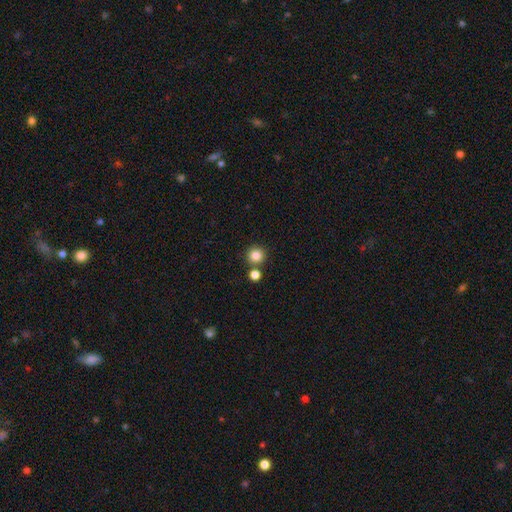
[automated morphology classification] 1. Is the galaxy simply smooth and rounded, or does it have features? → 84% smooth, 11% star or artifact, 5% featured or disk.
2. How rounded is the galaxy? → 94% round, 5% in between, 1% cigar-shaped.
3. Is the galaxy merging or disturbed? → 78% none, 13% merger, 6% minor disturbance, 2% major disturbance.